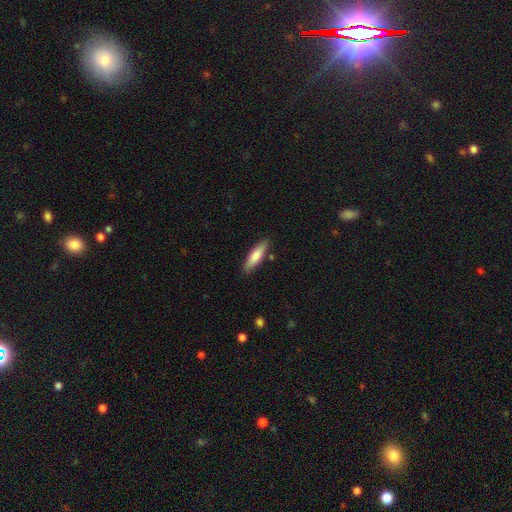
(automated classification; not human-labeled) Q: Smooth or featured?
A: smooth (72%); runner-up: featured or disk (22%)
Q: How rounded?
A: cigar-shaped (67%); runner-up: in between (31%)
Q: Merging?
A: none (86%); runner-up: minor disturbance (10%)